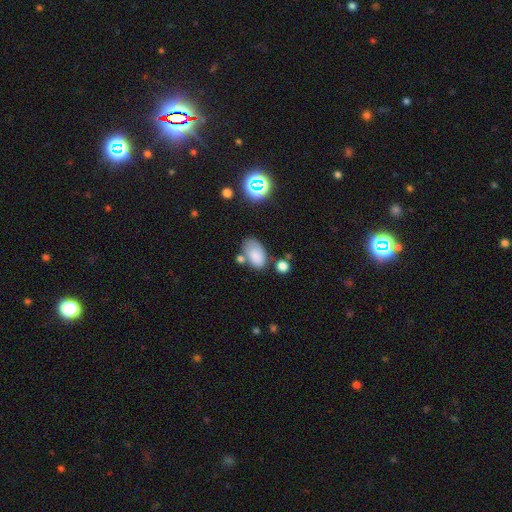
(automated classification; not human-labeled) Smooth or featured?
  - smooth: 78% *
  - featured or disk: 11%
  - star or artifact: 11%
How rounded?
  - in between: 92% *
  - round: 7%
  - cigar-shaped: 1%
Merging?
  - none: 54% *
  - minor disturbance: 23%
  - merger: 15%
  - major disturbance: 8%